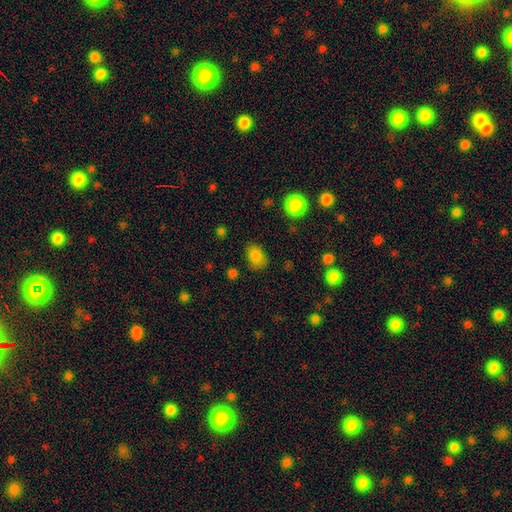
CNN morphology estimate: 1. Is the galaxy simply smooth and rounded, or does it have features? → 83% smooth, 11% star or artifact, 6% featured or disk.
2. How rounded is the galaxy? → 74% in between, 25% round, 1% cigar-shaped.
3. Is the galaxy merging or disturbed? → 75% none, 18% minor disturbance, 5% major disturbance, 2% merger.